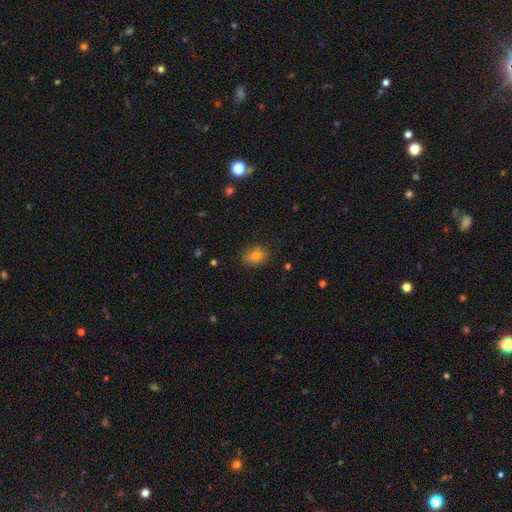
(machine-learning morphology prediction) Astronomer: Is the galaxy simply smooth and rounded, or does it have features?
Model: smooth — 81%.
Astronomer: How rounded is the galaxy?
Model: in between — 52% (runner-up: round, 47%).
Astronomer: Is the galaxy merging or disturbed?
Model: none — 84%.